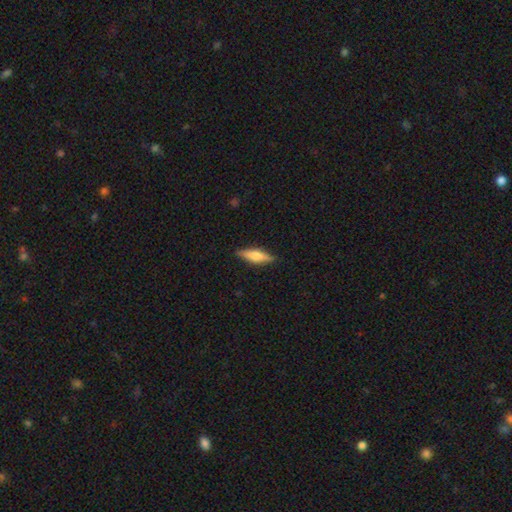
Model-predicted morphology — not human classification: smooth-or-featured: smooth: 51% | featured or disk: 42% | star or artifact: 7%
  how-rounded: cigar-shaped: 63% | in between: 35% | round: 2%
  merging: none: 87% | minor disturbance: 10% | major disturbance: 2% | merger: 1%